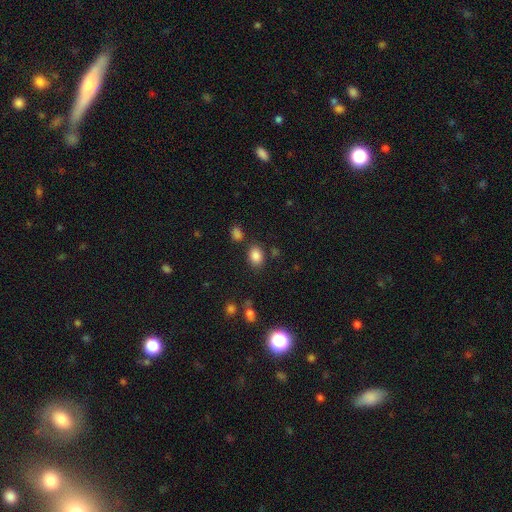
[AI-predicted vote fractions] A smooth galaxy with no disk features (85%) that is in between round and cigar-shaped (73%). Merging: none (78%).